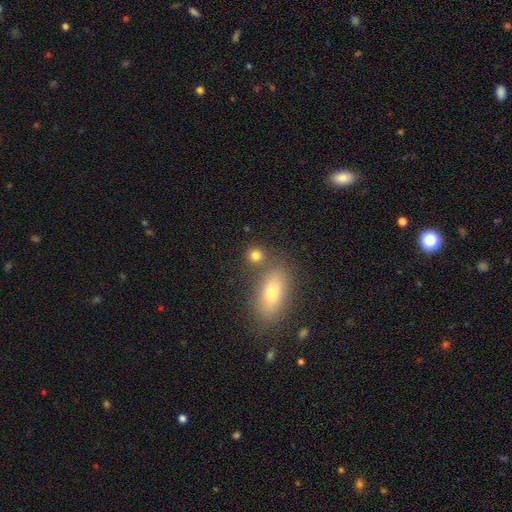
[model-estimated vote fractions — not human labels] smooth 80%, star or artifact 12%, featured or disk 8%. Down the decision tree: how rounded — round (76%); merging — none (70%).